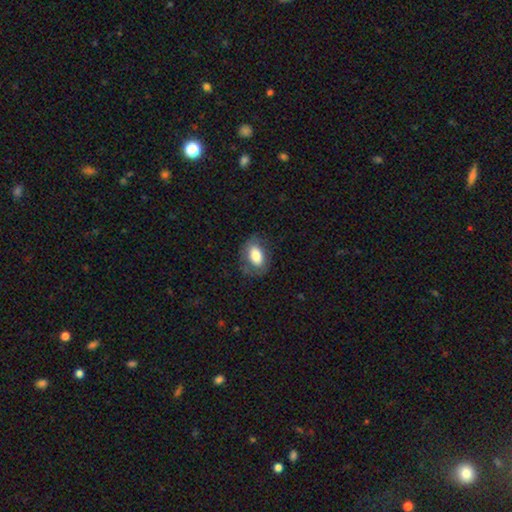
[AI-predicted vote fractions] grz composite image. It shows a smooth galaxy with no disk features (74%) that is in between round and cigar-shaped (86%). Merging: none (71%).